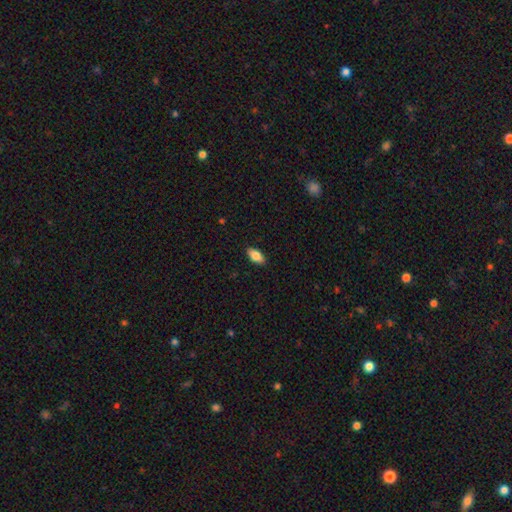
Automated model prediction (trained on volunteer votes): This appears to be a smooth galaxy with no disk features (84%) that is in between round and cigar-shaped (90%). Merging: none (89%).